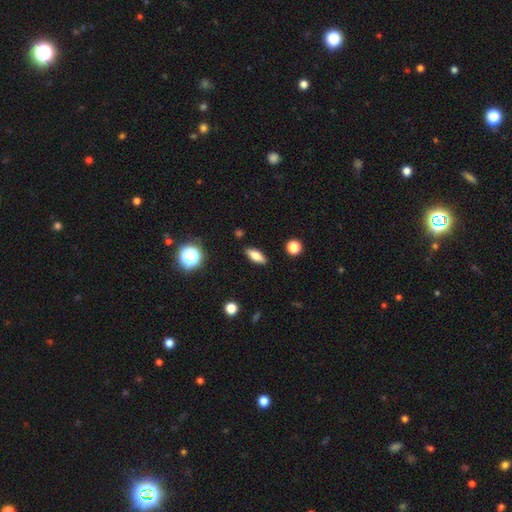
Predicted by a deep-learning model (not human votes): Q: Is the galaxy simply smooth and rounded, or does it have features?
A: smooth — 72%.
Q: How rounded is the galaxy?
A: in between — 68%.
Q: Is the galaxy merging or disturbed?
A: none — 88%.